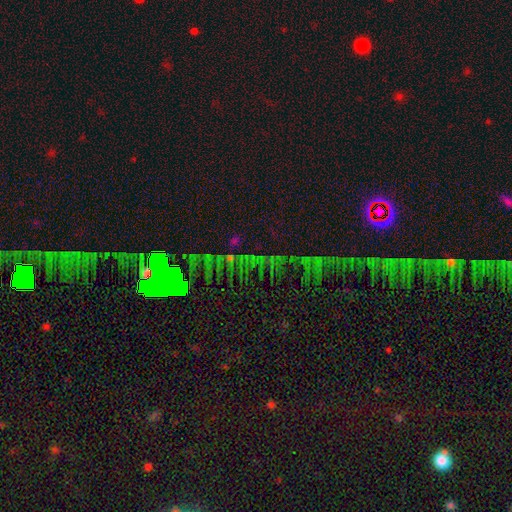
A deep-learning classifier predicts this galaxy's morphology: smooth_or_featured: star or artifact (p=0.77) [alt: smooth p=0.12]